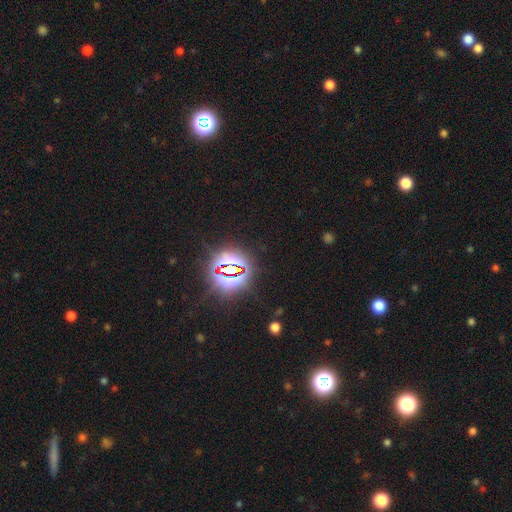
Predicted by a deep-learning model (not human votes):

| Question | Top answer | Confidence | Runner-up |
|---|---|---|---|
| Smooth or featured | star or artifact | 84% | smooth (10%) |